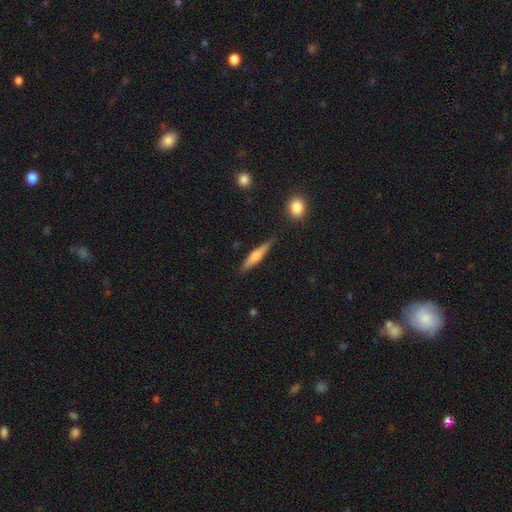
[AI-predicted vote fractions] This appears to be a smooth galaxy with no disk features (53%) that is cigar-shaped (86%). Merging: none (84%).